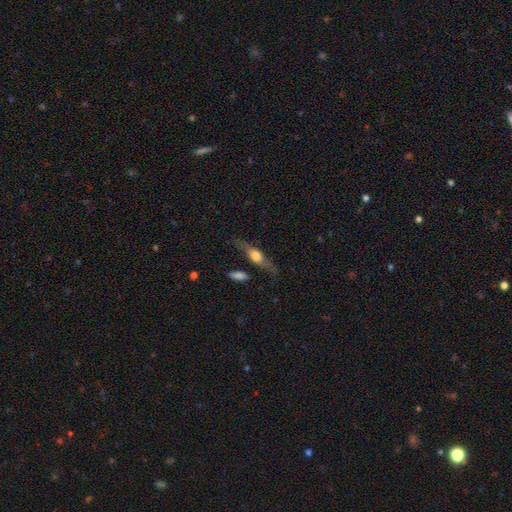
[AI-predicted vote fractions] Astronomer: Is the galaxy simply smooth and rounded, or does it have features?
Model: featured or disk — 57% (runner-up: smooth, 36%).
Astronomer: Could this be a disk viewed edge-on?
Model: yes — 86%.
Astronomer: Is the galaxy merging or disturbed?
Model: none — 73%.